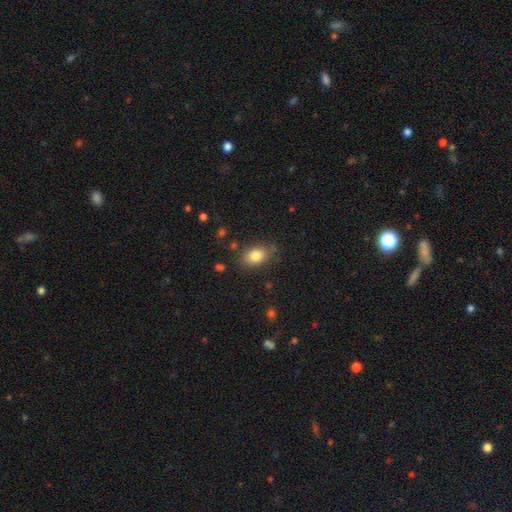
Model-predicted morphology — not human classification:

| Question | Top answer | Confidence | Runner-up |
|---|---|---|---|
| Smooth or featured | smooth | 83% | star or artifact (9%) |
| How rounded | in between | 80% | round (18%) |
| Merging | none | 77% | minor disturbance (17%) |